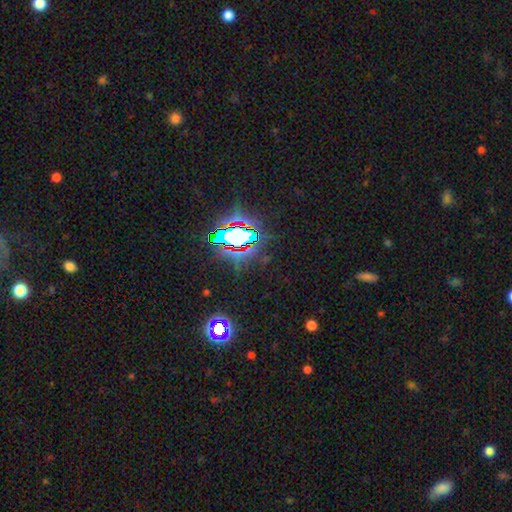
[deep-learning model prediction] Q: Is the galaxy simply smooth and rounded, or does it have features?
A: star or artifact — 84%.